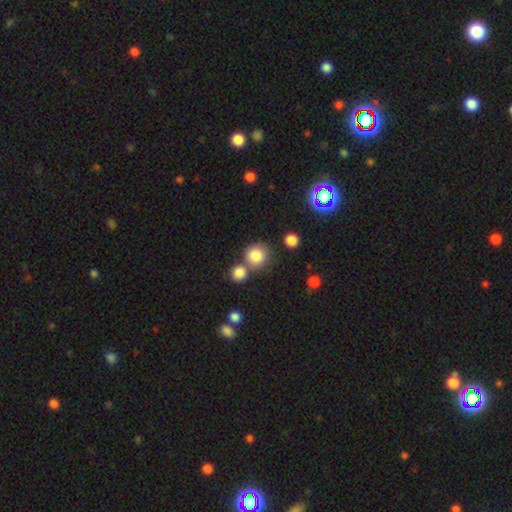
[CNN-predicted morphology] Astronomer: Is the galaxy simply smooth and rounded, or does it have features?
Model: smooth — 83%.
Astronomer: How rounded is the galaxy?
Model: round — 88%.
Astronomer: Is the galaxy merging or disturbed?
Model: none — 61%.